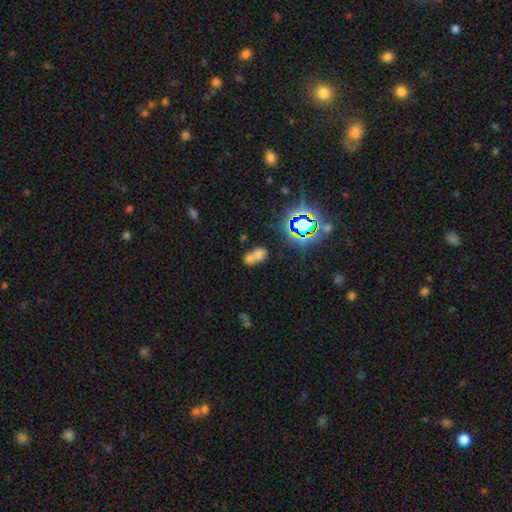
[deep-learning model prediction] smooth_or_featured: smooth (p=0.62) [alt: star or artifact p=0.21]
how_rounded: in between (p=0.63) [alt: round p=0.34]
merging: merger (p=0.63) [alt: none p=0.25]